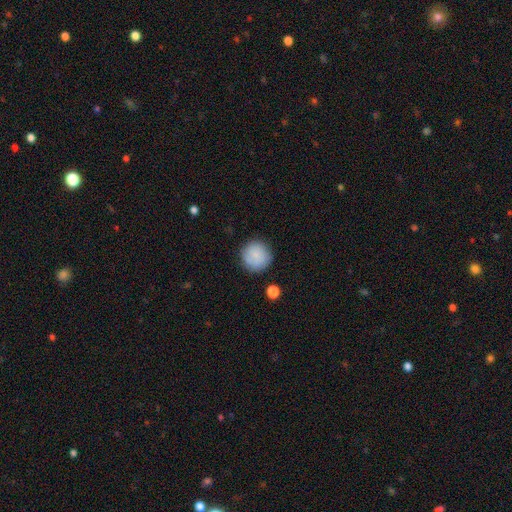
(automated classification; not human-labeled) The model was most divided on "merging": none: 81%, minor disturbance: 12%, major disturbance: 4%, merger: 3%. More confident: how rounded — round (94%); smooth or featured — smooth (83%).